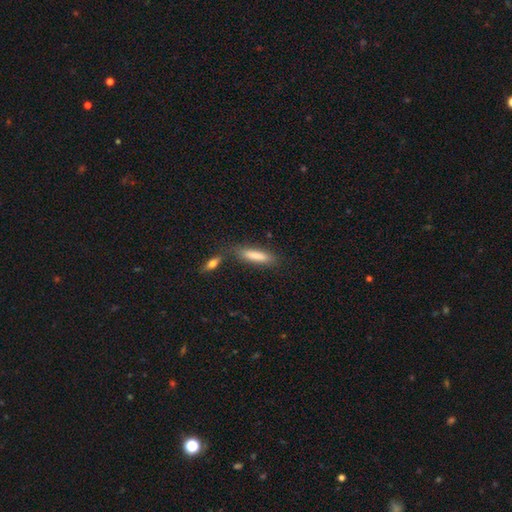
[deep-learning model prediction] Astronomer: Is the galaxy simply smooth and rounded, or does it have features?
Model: smooth — 81%.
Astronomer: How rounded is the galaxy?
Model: cigar-shaped — 74%.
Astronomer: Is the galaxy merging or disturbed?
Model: none — 73%.